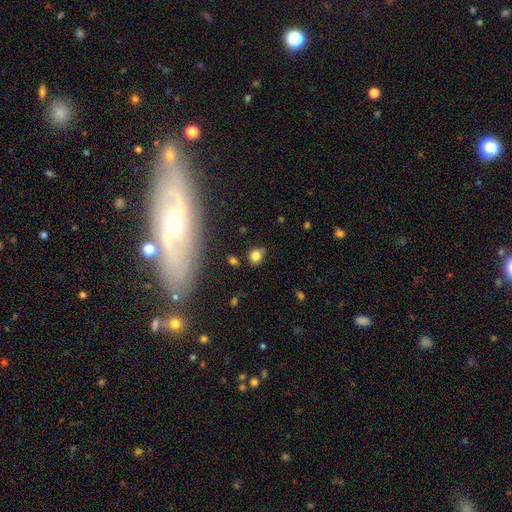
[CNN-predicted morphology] This is likely a smooth galaxy (80%). How rounded: likely round (62%). Merging: likely none (77%).